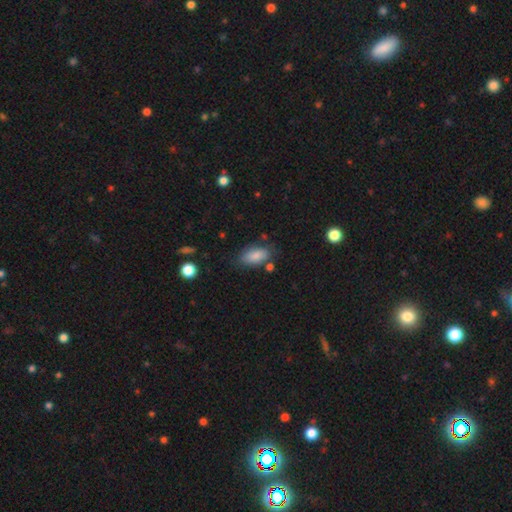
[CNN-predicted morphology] A smooth galaxy with no disk features (84%) that is in between round and cigar-shaped (91%). Merging: none (71%).